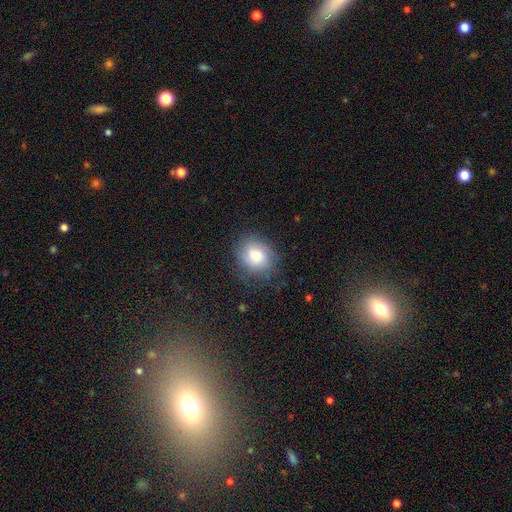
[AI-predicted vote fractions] This is likely a smooth galaxy (73%). How rounded: likely round (68%). Merging: likely none (74%).